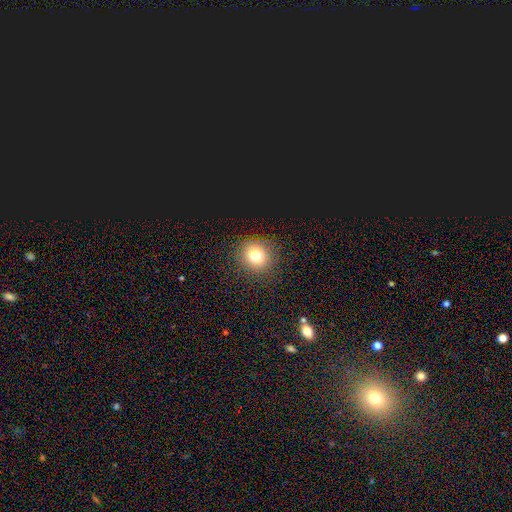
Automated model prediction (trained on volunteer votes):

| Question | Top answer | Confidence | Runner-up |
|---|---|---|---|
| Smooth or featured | smooth | 76% | star or artifact (16%) |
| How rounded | round | 90% | in between (9%) |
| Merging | none | 90% | minor disturbance (6%) |